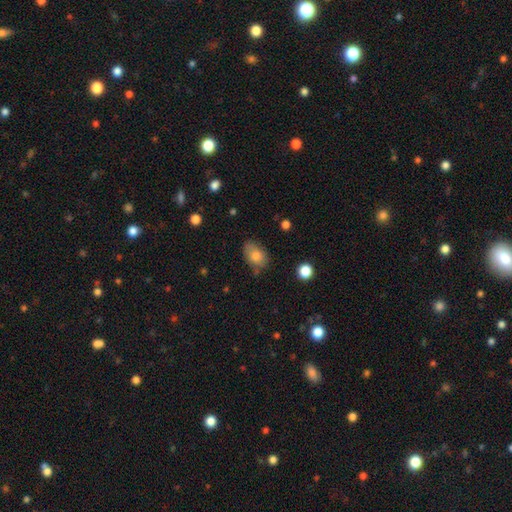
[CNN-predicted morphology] Smooth or featured?
  - smooth: 79% *
  - featured or disk: 12%
  - star or artifact: 8%
How rounded?
  - in between: 83% *
  - round: 15%
  - cigar-shaped: 1%
Merging?
  - none: 66% *
  - minor disturbance: 24%
  - major disturbance: 6%
  - merger: 3%